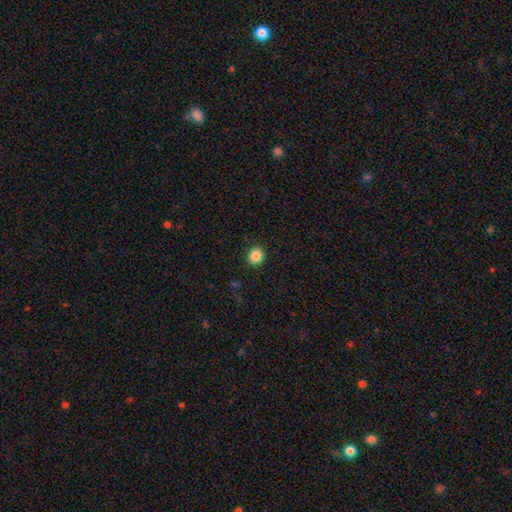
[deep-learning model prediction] Smooth or featured? Predicted: smooth (p=0.86). How rounded? Predicted: round (p=0.75). Merging? Predicted: none (p=0.91).